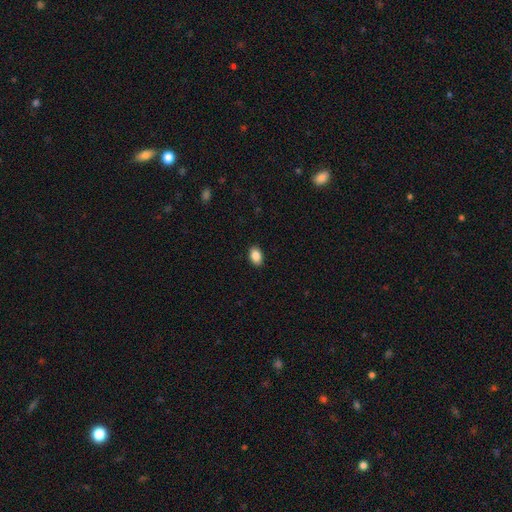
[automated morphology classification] type=smooth (88%); roundness=in between (86%); merging=none (90%).